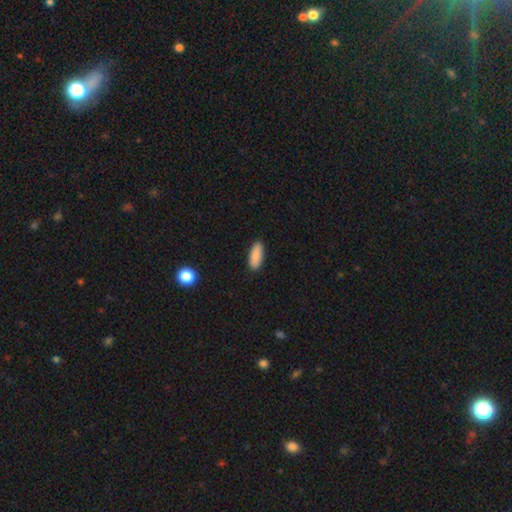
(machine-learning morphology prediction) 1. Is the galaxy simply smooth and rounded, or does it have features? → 89% smooth, 6% star or artifact, 4% featured or disk.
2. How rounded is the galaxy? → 75% in between, 23% cigar-shaped, 2% round.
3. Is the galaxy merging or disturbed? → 90% none, 8% minor disturbance, 2% major disturbance, 1% merger.